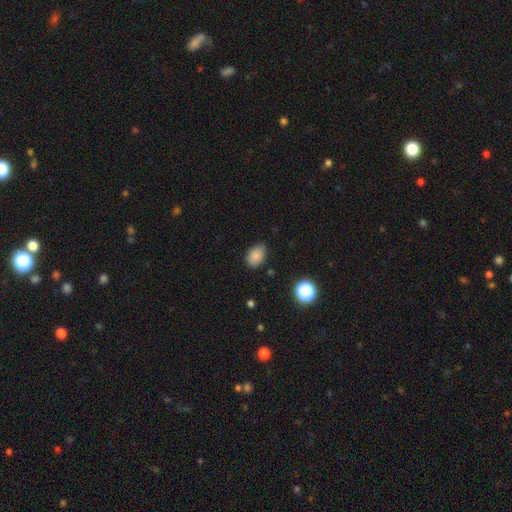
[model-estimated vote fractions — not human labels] The model was most divided on "merging": none: 77%, minor disturbance: 19%, major disturbance: 3%, merger: 1%. More confident: smooth or featured — smooth (84%); how rounded — in between (79%).